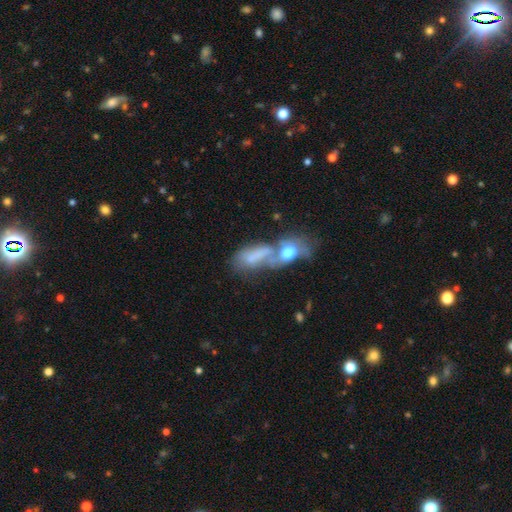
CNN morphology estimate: smooth_or_featured: smooth (p=0.53) [alt: featured or disk p=0.35]
how_rounded: in between (p=0.75) [alt: cigar-shaped p=0.15]
merging: merger (p=0.62) [alt: major disturbance p=0.15]